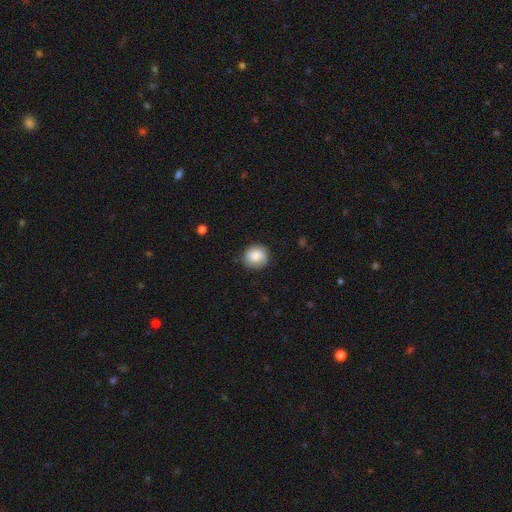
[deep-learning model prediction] Smooth or featured? smooth (84%)
How rounded? round (83%)
Merging? none (80%)